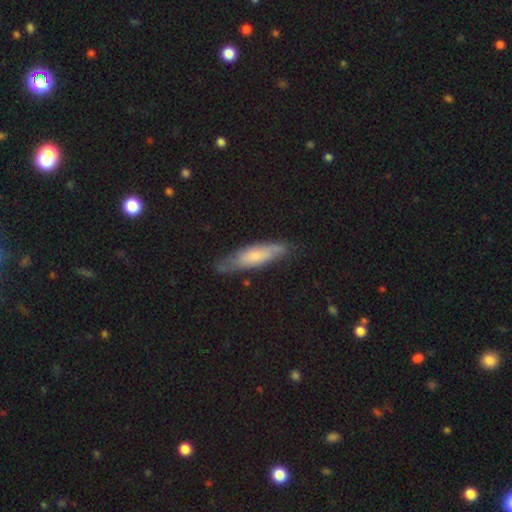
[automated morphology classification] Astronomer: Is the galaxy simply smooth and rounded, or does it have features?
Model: smooth — 57% (runner-up: featured or disk, 37%).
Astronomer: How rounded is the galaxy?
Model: cigar-shaped — 65%.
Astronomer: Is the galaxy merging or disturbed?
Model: none — 71%.